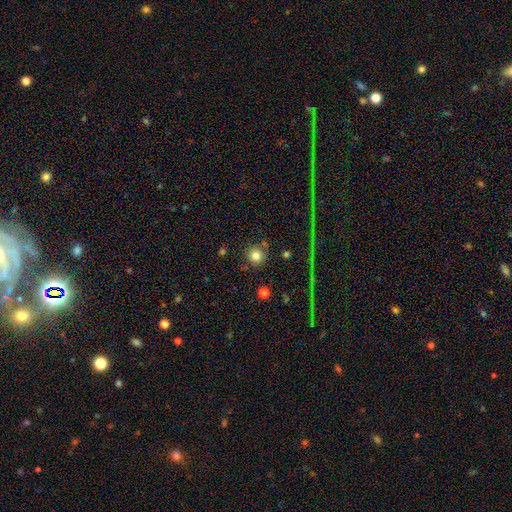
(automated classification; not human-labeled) Smooth or featured: smooth — 80% (star or artifact — 13%)
How rounded: round — 94% (in between — 5%)
Merging: none — 83% (minor disturbance — 10%)